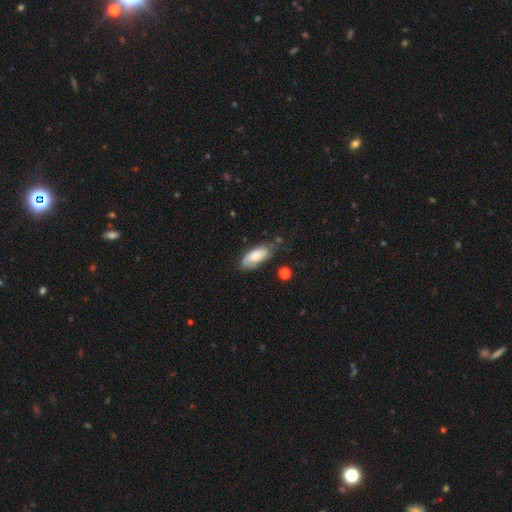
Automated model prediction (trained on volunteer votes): smooth-or-featured: smooth: 58% | featured or disk: 35% | star or artifact: 7%
  how-rounded: in between: 81% | cigar-shaped: 16% | round: 2%
  merging: none: 58% | minor disturbance: 29% | major disturbance: 9% | merger: 4%